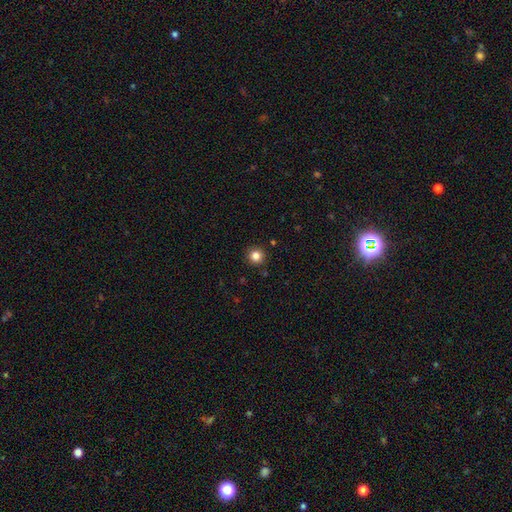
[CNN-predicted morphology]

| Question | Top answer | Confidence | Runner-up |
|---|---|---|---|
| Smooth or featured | smooth | 83% | star or artifact (12%) |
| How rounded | round | 95% | in between (4%) |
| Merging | none | 92% | minor disturbance (5%) |